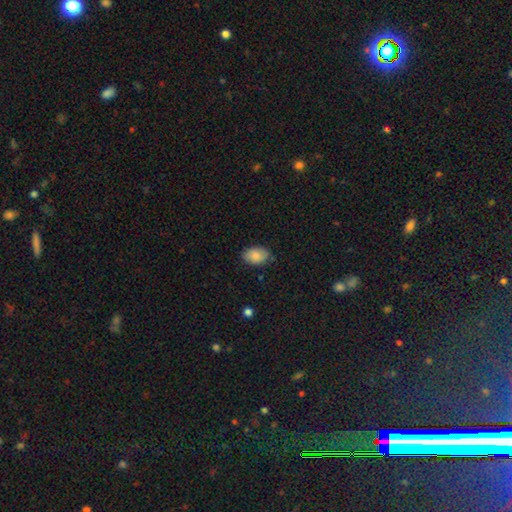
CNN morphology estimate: Smooth or featured: smooth — 85% (featured or disk — 8%)
How rounded: in between — 88% (round — 11%)
Merging: none — 79% (minor disturbance — 17%)